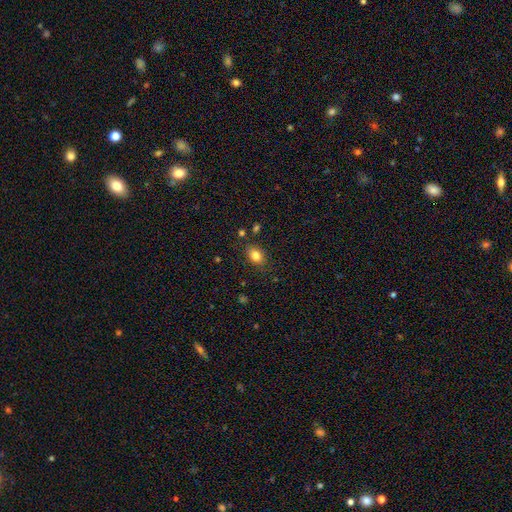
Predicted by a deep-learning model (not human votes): This appears to be a smooth galaxy with no disk features (82%) that is in between round and cigar-shaped (69%). Merging: none (80%).